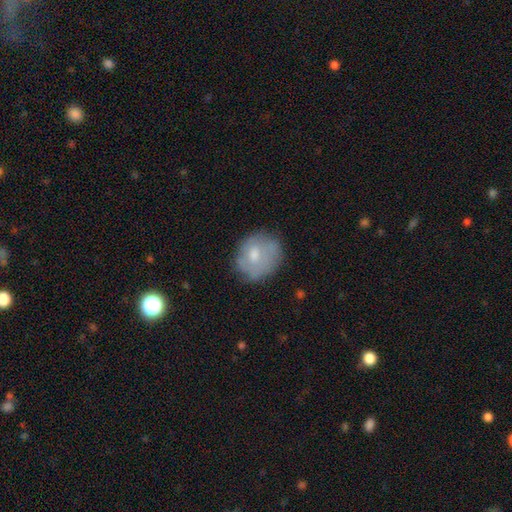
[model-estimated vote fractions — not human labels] Smooth or featured: smooth — 57% (featured or disk — 35%)
How rounded: round — 67% (in between — 32%)
Merging: none — 64% (minor disturbance — 25%)